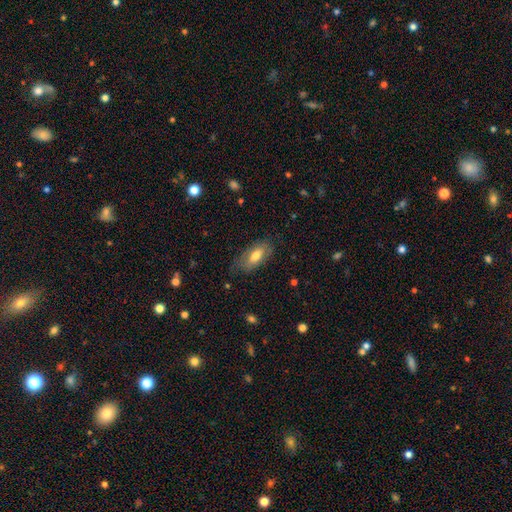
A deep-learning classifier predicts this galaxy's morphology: Smooth or featured?
  - smooth: 69% *
  - featured or disk: 25%
  - star or artifact: 7%
How rounded?
  - in between: 86% *
  - cigar-shaped: 11%
  - round: 3%
Merging?
  - none: 72% *
  - minor disturbance: 21%
  - major disturbance: 6%
  - merger: 1%